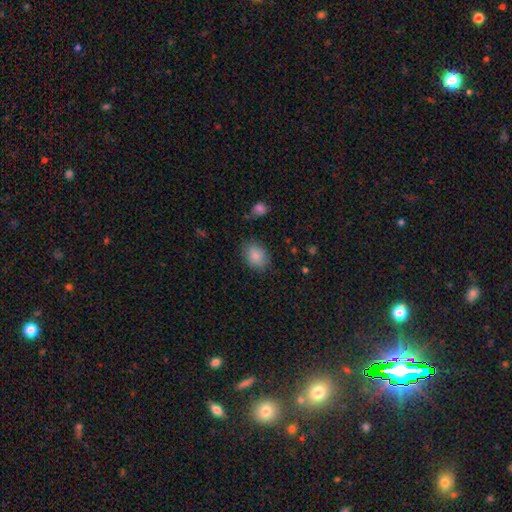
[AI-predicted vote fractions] smooth-or-featured: smooth: 84% | star or artifact: 8% | featured or disk: 7%
  how-rounded: in between: 68% | round: 31% | cigar-shaped: 1%
  merging: none: 79% | minor disturbance: 15% | major disturbance: 4% | merger: 2%